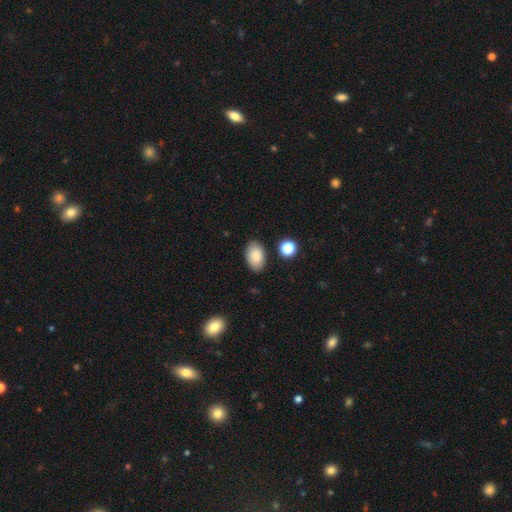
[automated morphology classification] Overall: smooth (86%). How rounded: in between (92%). Merging: none (83%).